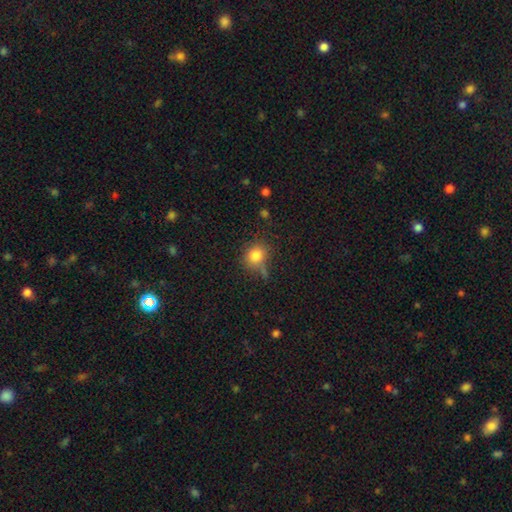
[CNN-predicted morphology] A smooth galaxy with no disk features (82%) that is round (74%). Merging: none (64%).